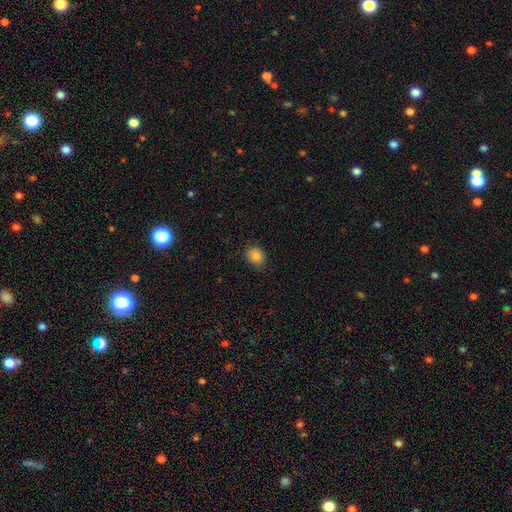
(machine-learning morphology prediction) Overall: smooth (84%). How rounded: round (61%; in between 38%). Merging: none (83%).